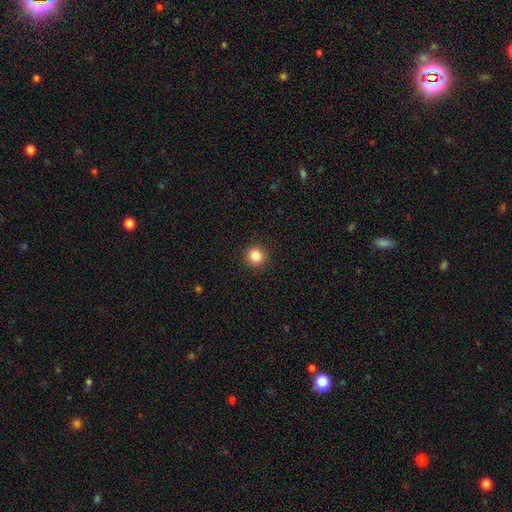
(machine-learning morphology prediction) smooth 85%, star or artifact 11%, featured or disk 4%. Down the decision tree: how rounded — round (94%); merging — none (92%).